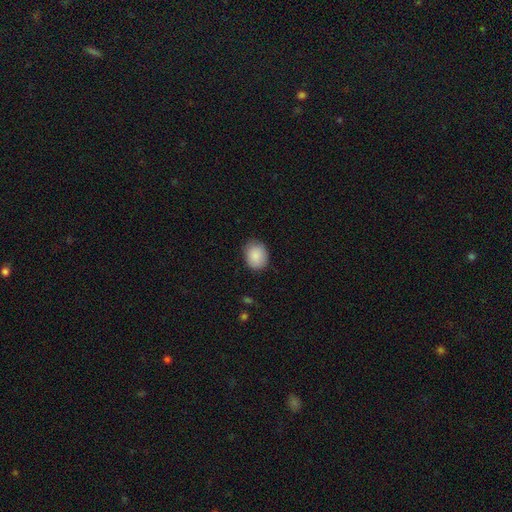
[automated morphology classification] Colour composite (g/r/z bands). It shows a smooth galaxy with no disk features (88%) that is in between round and cigar-shaped (50%). Merging: none (80%).